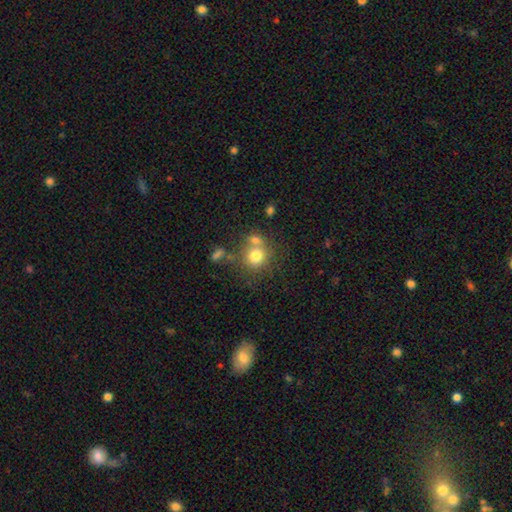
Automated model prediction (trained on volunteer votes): Smooth or featured: smooth — 76% (featured or disk — 12%)
How rounded: round — 85% (in between — 14%)
Merging: none — 52% (merger — 33%)